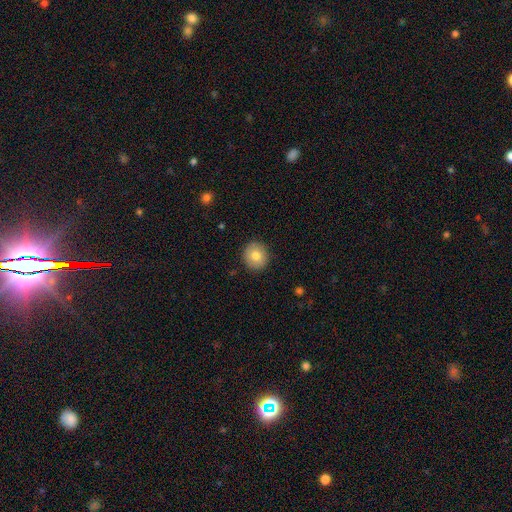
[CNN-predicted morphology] The model was most divided on "smooth or featured": smooth: 79%, featured or disk: 13%, star or artifact: 8%. More confident: merging — none (90%); how rounded — round (86%).